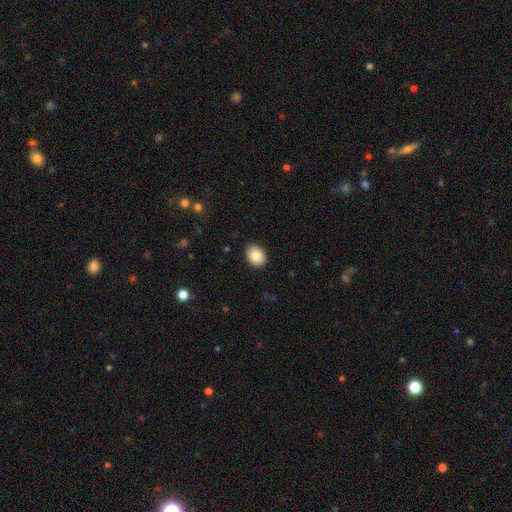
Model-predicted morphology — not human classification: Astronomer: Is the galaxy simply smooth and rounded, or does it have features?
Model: smooth — 83%.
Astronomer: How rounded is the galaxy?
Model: in between — 64%.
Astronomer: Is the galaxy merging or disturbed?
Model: none — 89%.